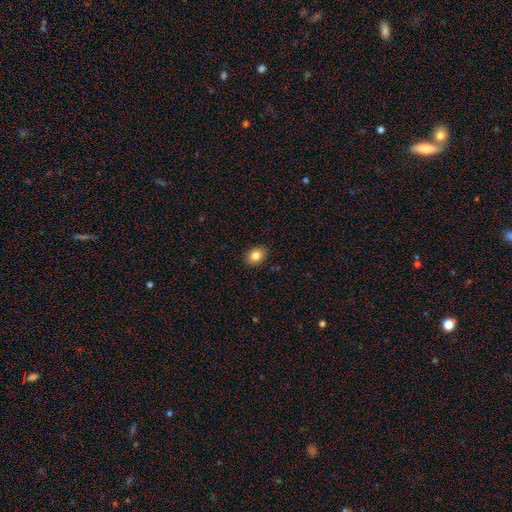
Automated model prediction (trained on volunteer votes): A smooth galaxy with no disk features (83%) that is in between round and cigar-shaped (61%). Merging: none (89%).